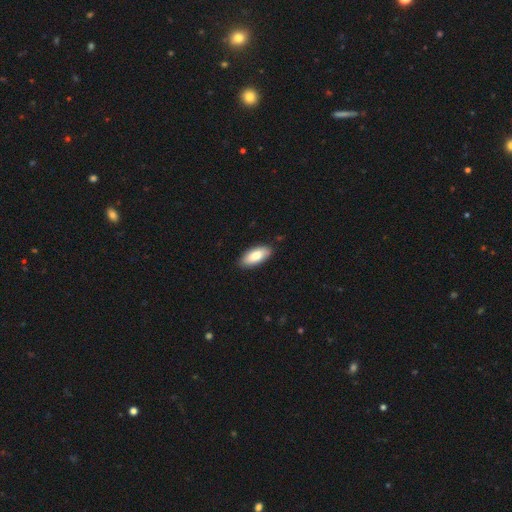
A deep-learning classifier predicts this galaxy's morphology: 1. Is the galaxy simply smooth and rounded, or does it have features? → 81% smooth, 13% featured or disk, 6% star or artifact.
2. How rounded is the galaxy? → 87% in between, 12% cigar-shaped, 2% round.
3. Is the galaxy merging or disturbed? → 87% none, 10% minor disturbance, 2% major disturbance, 1% merger.